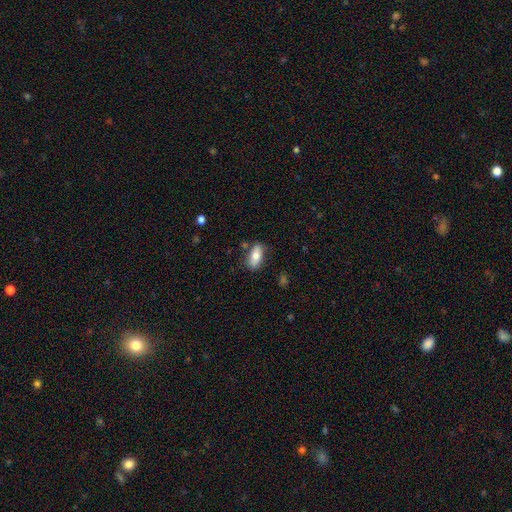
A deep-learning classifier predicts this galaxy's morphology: smooth_or_featured: smooth (p=0.76) [alt: featured or disk p=0.17]
how_rounded: in between (p=0.84) [alt: cigar-shaped p=0.12]
merging: none (p=0.76) [alt: minor disturbance p=0.16]